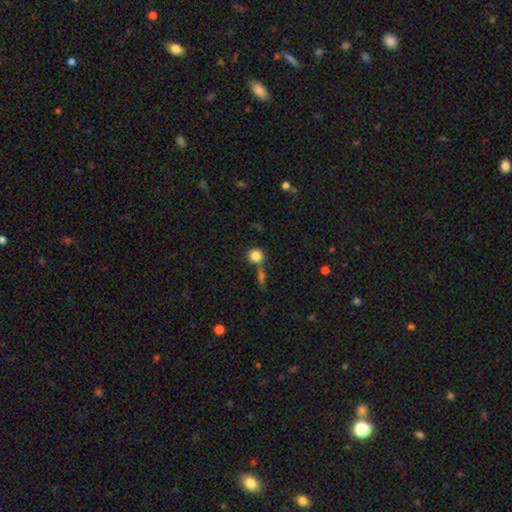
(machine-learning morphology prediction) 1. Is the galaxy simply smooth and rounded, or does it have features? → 85% smooth, 9% star or artifact, 6% featured or disk.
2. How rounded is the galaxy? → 84% round, 15% in between, 2% cigar-shaped.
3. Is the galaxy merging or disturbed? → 57% none, 28% merger, 10% minor disturbance, 5% major disturbance.